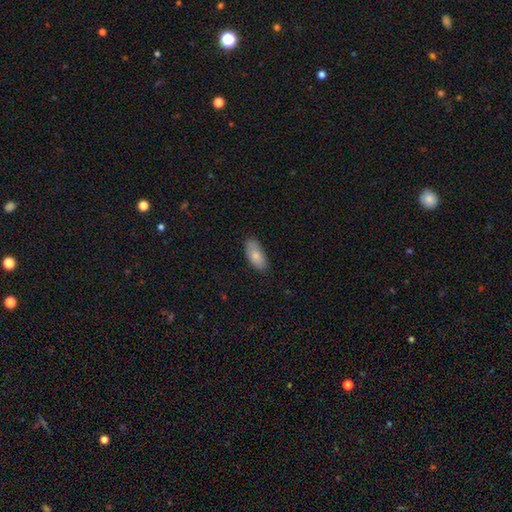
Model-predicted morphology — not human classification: This appears to be a smooth galaxy with no disk features (81%) that is in between round and cigar-shaped (90%). Merging: none (80%).